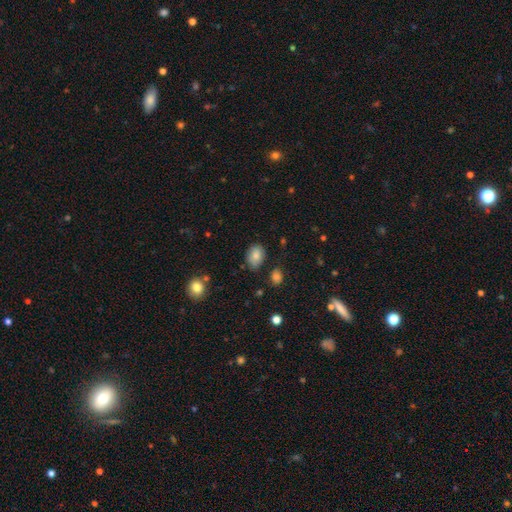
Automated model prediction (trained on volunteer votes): Smooth or featured? smooth (83%)
How rounded? in between (75%)
Merging? none (75%)